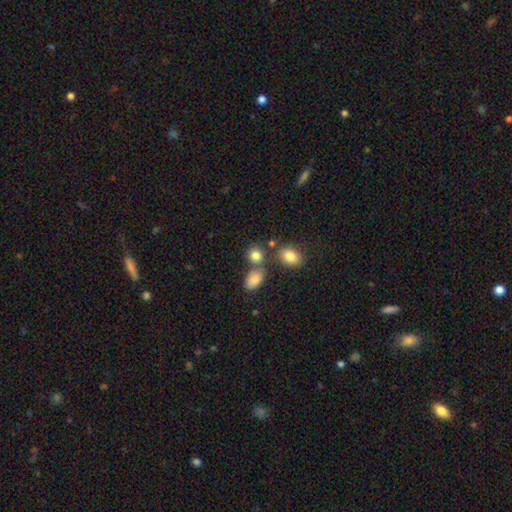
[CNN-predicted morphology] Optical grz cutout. It shows a smooth galaxy with no disk features (82%) that is round (57%). Merging: none (59%).